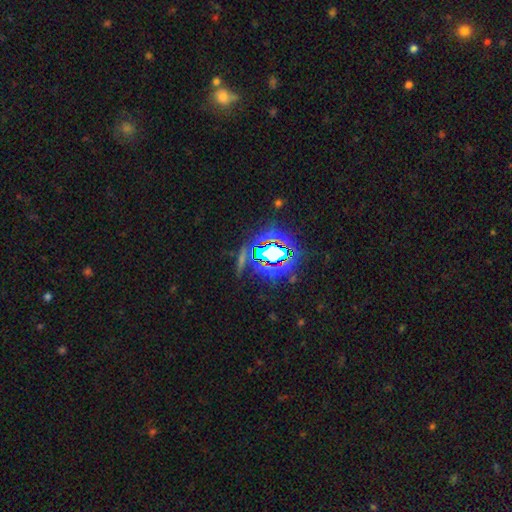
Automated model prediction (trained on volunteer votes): The model was most divided on "smooth or featured": star or artifact: 78%, smooth: 11%, featured or disk: 11%.